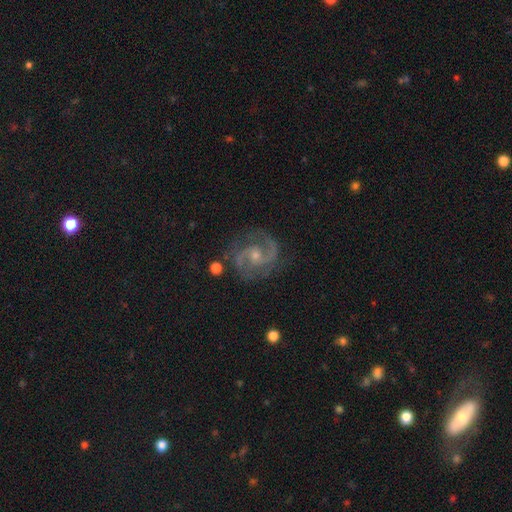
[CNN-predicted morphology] smooth_or_featured: featured or disk (p=0.92) [alt: star or artifact p=0.05]
disk_edge_on: no (p=0.98) [alt: yes p=0.02]
bar: no (p=0.51) [alt: weak p=0.40]
has_spiral_arms: yes (p=0.98) [alt: no p=0.02]
spiral_winding: medium (p=0.62) [alt: tight p=0.26]
spiral_arm_count: 2 (p=0.91) [alt: 3 p=0.03]
bulge_size: small (p=0.59) [alt: moderate p=0.35]
merging: none (p=0.79) [alt: minor disturbance p=0.14]